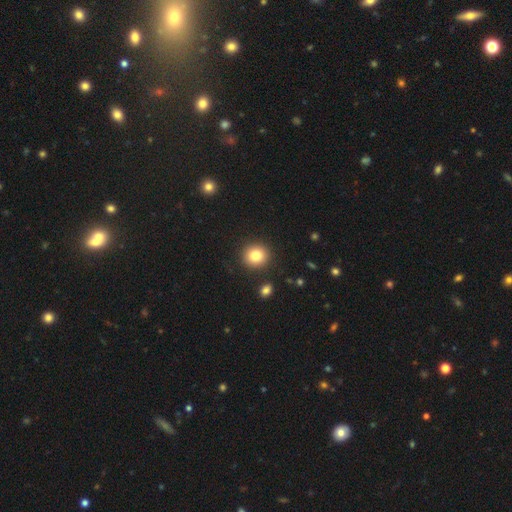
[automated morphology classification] smooth_or_featured: smooth (p=0.82) [alt: star or artifact p=0.11]
how_rounded: round (p=0.87) [alt: in between p=0.12]
merging: none (p=0.89) [alt: minor disturbance p=0.06]